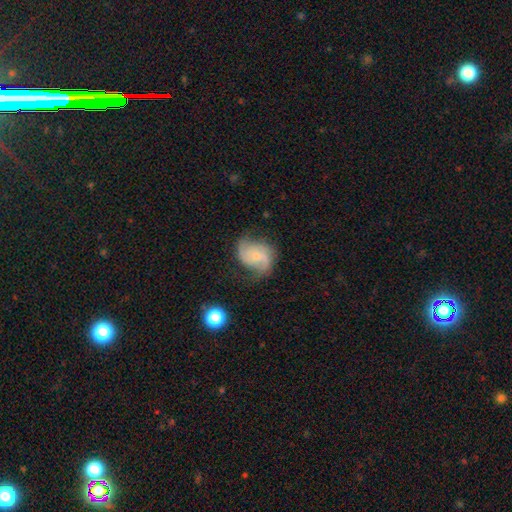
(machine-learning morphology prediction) smooth-or-featured: featured or disk: 70% | smooth: 23% | star or artifact: 8%
  disk-edge-on: no: 98% | yes: 2%
    bar: no: 66% | weak: 29% | strong: 5%
    has-spiral-arms: yes: 93% | no: 7%
      spiral-winding: medium: 42% | loose: 40% | tight: 18%
      spiral-arm-count: 2: 74% | can't tell: 10% | 3: 8% | 1: 4% | 4: 2% | more than 4: 2%
    bulge-size: small: 66% | moderate: 22% | none: 9% | large: 2% | dominant: 1%
  merging: none: 56% | minor disturbance: 27% | major disturbance: 15% | merger: 2%